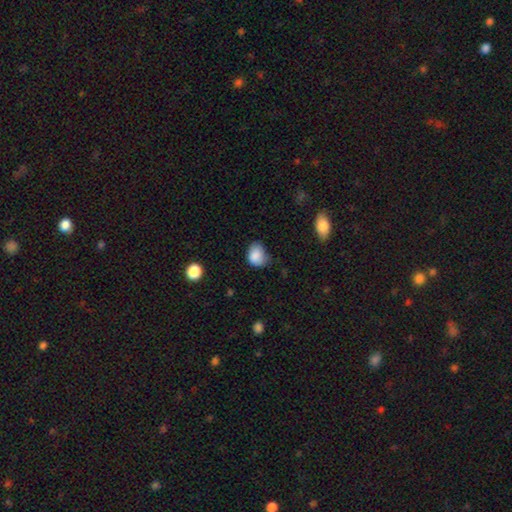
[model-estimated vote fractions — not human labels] Smooth or featured? Predicted: smooth (p=0.85). How rounded? Predicted: in between (p=0.57). Merging? Predicted: none (p=0.46).